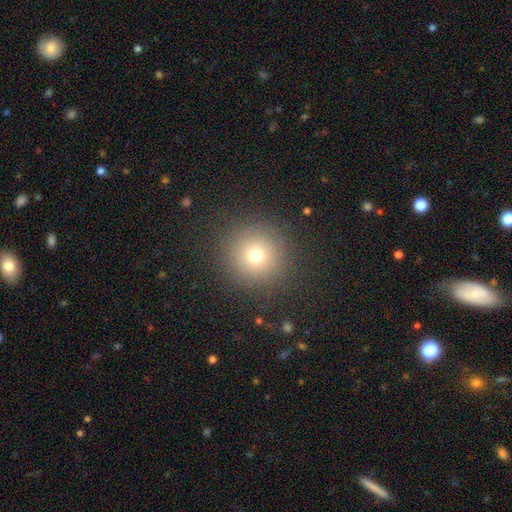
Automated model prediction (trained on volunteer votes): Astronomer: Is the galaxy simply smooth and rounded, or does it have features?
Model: smooth — 71%.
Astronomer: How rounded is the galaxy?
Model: round — 95%.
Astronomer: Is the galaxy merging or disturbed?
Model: none — 89%.